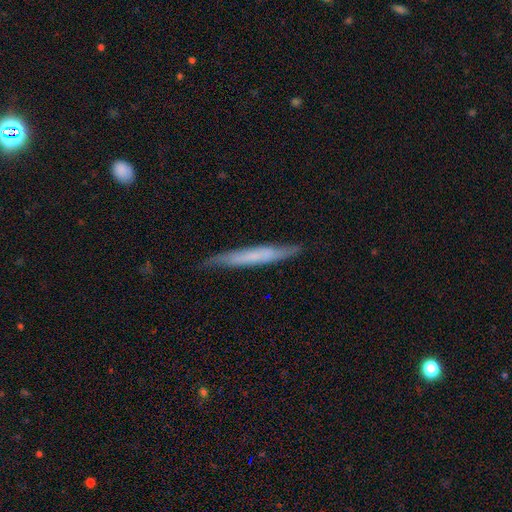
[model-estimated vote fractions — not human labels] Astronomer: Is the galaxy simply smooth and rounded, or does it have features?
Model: smooth — 49% (runner-up: featured or disk, 45%).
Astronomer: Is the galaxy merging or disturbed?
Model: none — 82%.